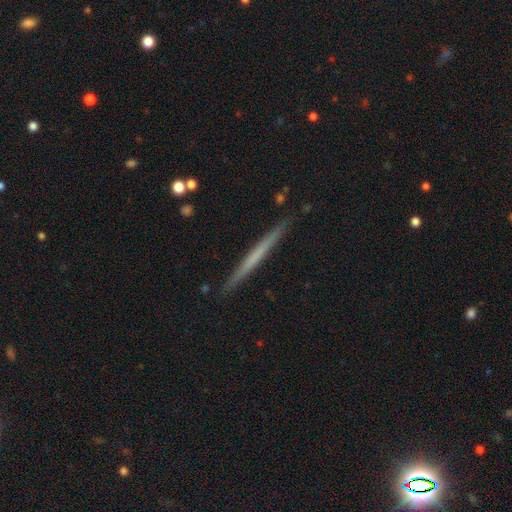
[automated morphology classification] The model was most divided on "smooth or featured": featured or disk: 50%, smooth: 45%, star or artifact: 6%. More confident: merging — none (90%).